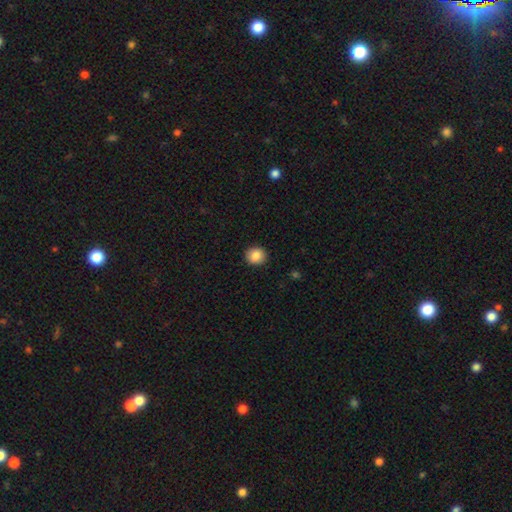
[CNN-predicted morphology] Smooth or featured: smooth — 87% (star or artifact — 8%)
How rounded: round — 83% (in between — 16%)
Merging: none — 91% (minor disturbance — 6%)